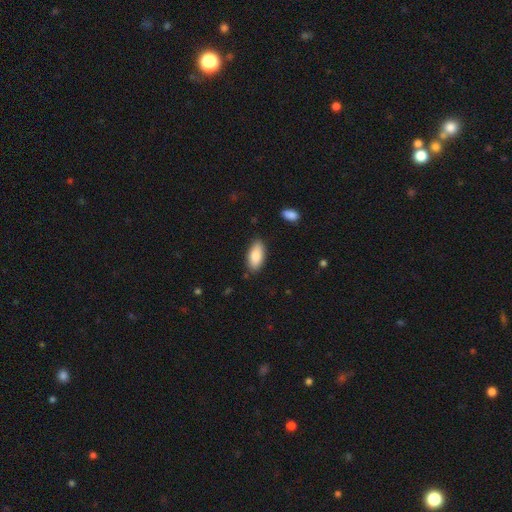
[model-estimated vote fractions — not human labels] Smooth or featured: smooth — 84% (featured or disk — 10%)
How rounded: in between — 89% (cigar-shaped — 9%)
Merging: none — 85% (minor disturbance — 11%)